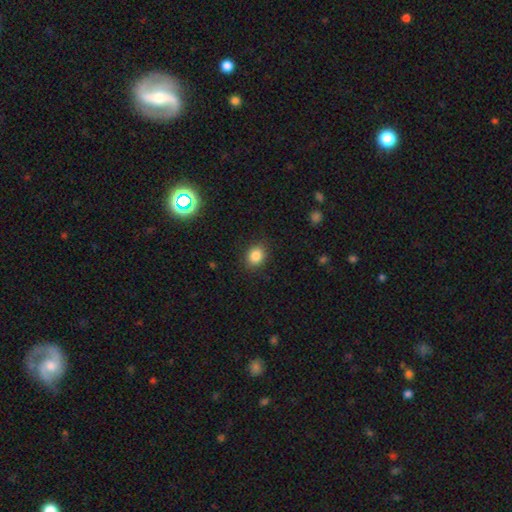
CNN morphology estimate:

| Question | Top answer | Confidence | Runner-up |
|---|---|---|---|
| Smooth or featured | smooth | 84% | star or artifact (11%) |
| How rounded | round | 55% | in between (44%) |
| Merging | none | 87% | minor disturbance (9%) |